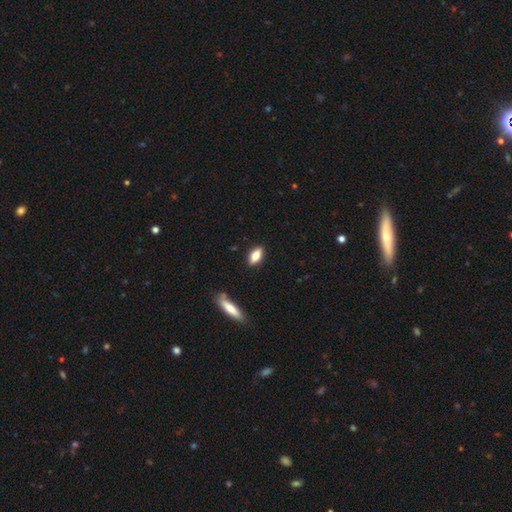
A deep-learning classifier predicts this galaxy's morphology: A smooth galaxy with no disk features (78%) that is in between round and cigar-shaped (80%). Merging: none (86%).